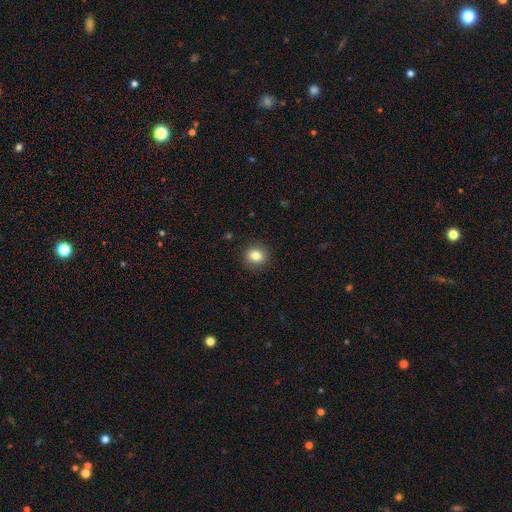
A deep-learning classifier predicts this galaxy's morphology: smooth 82%, star or artifact 10%, featured or disk 7%. Down the decision tree: how rounded — round (80%); merging — none (89%).